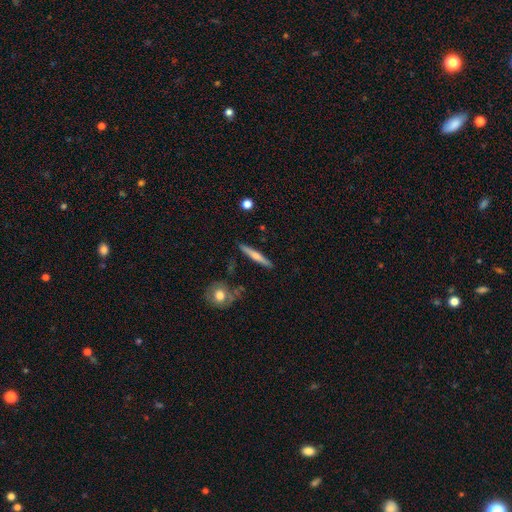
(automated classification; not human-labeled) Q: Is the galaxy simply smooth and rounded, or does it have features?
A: smooth — 48%.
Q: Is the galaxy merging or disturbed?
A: none — 88%.